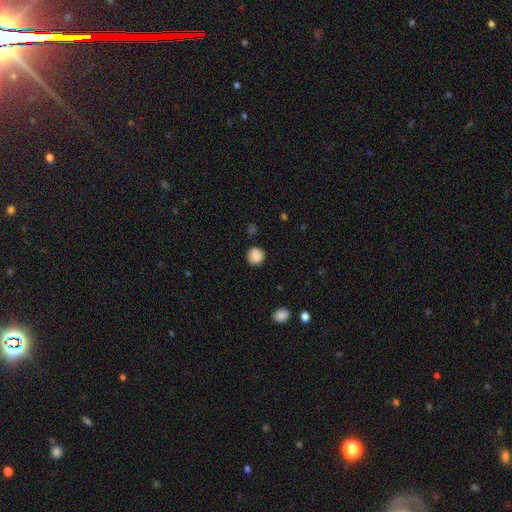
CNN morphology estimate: type=smooth (83%); roundness=round (86%); merging=none (85%).